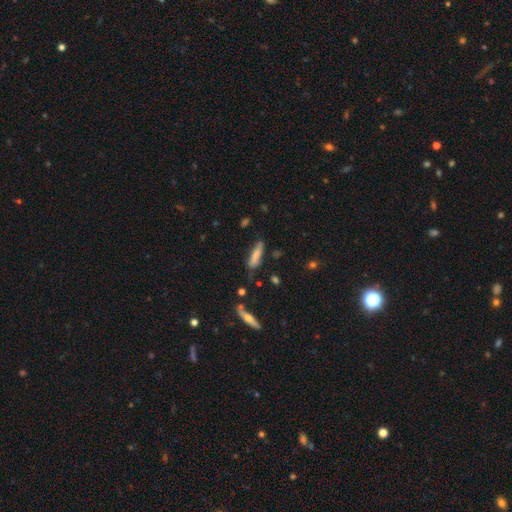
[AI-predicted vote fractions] A smooth galaxy with no disk features (73%) that is cigar-shaped (75%). Merging: none (66%).